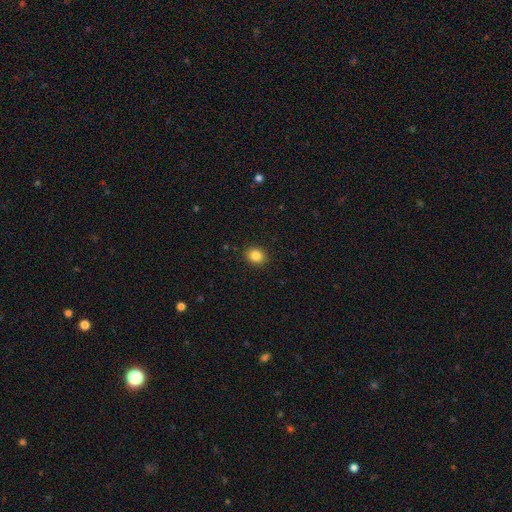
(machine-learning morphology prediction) This is clearly a smooth galaxy (84%). How rounded: likely round (60%). Merging: clearly none (90%).